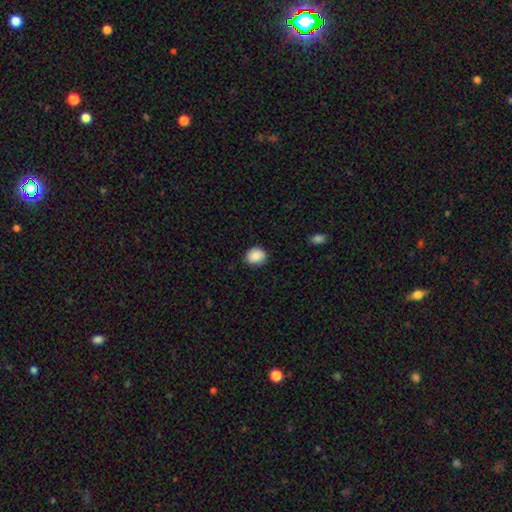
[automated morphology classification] smooth 88%, star or artifact 8%, featured or disk 4%. Down the decision tree: how rounded — round (72%); merging — none (85%).